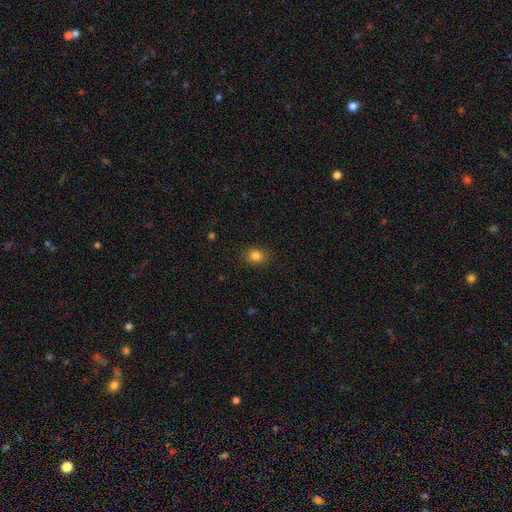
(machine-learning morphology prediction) Overall: smooth (82%). How rounded: round (61%; in between 38%). Merging: none (88%).